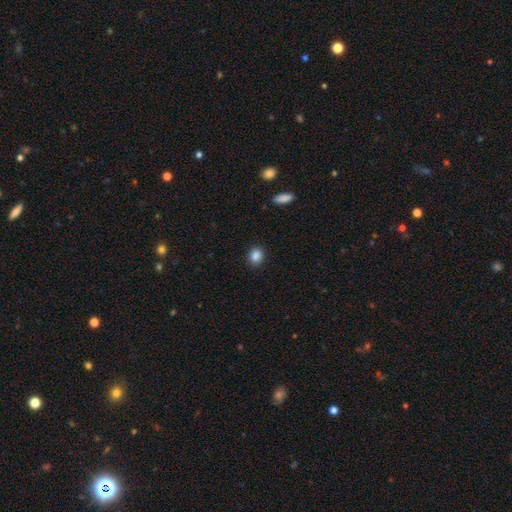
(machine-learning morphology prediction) The model was most divided on "how rounded": round: 72%, in between: 27%, cigar-shaped: 1%. More confident: merging — none (90%); smooth or featured — smooth (87%).